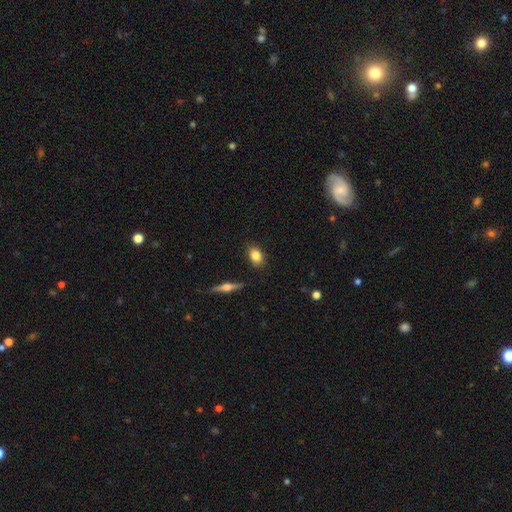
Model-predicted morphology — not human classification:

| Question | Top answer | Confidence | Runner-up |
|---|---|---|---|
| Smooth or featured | smooth | 79% | featured or disk (13%) |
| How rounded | in between | 76% | round (20%) |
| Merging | none | 86% | minor disturbance (10%) |